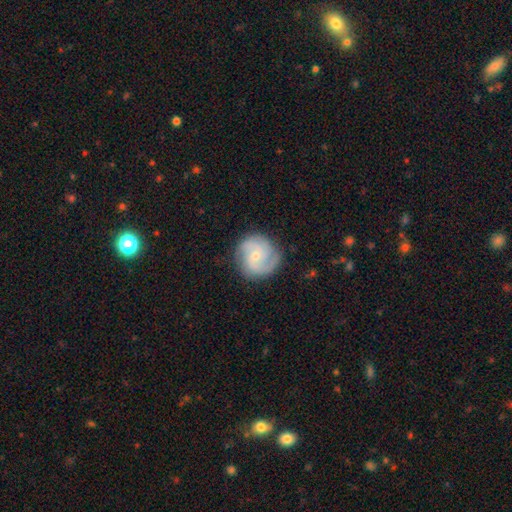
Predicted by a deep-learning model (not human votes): Smooth or featured: featured or disk — 81% (smooth — 14%)
Edge-on disk: no — 98% (yes — 2%)
Bar: no — 64% (weak — 31%)
Spiral arms: yes — 96% (no — 4%)
Spiral winding: tight — 46% (medium — 44%)
Spiral arm count: 2 — 38% (tied with 3 — 38%)
Bulge size: small — 67% (moderate — 30%)
Merging: none — 81% (minor disturbance — 14%)